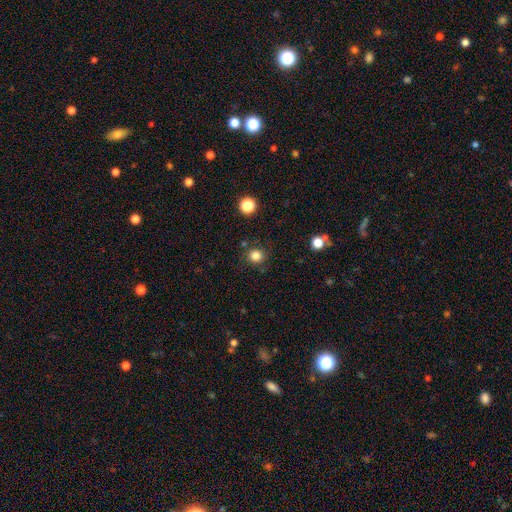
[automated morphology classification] A smooth galaxy with no disk features (83%) that is round (91%). Merging: none (84%).